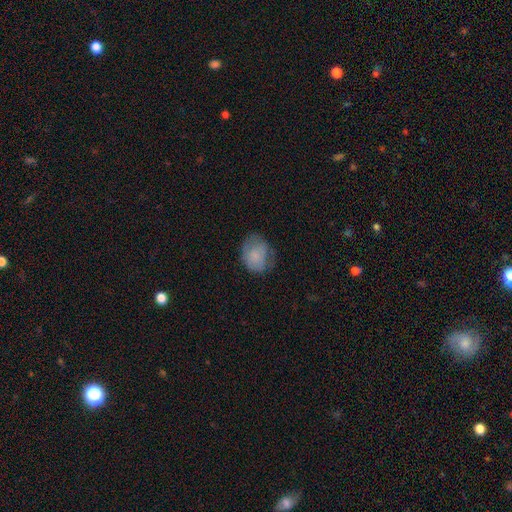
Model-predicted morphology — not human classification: Smooth or featured: smooth — 76% (featured or disk — 16%)
How rounded: in between — 57% (round — 42%)
Merging: none — 56% (minor disturbance — 30%)